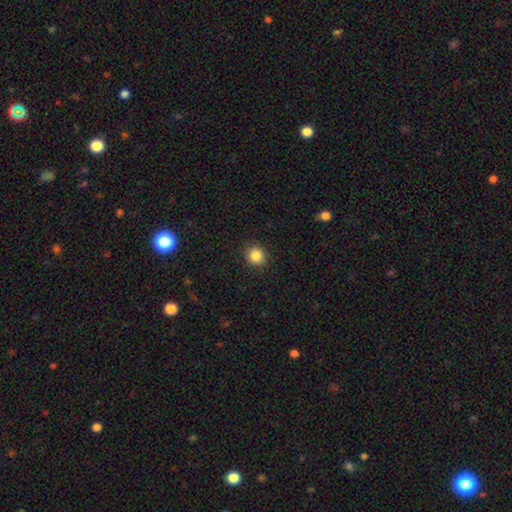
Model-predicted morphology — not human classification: Smooth or featured?
  - smooth: 86% *
  - star or artifact: 10%
  - featured or disk: 4%
How rounded?
  - round: 88% *
  - in between: 11%
  - cigar-shaped: 1%
Merging?
  - none: 90% *
  - minor disturbance: 7%
  - major disturbance: 2%
  - merger: 1%